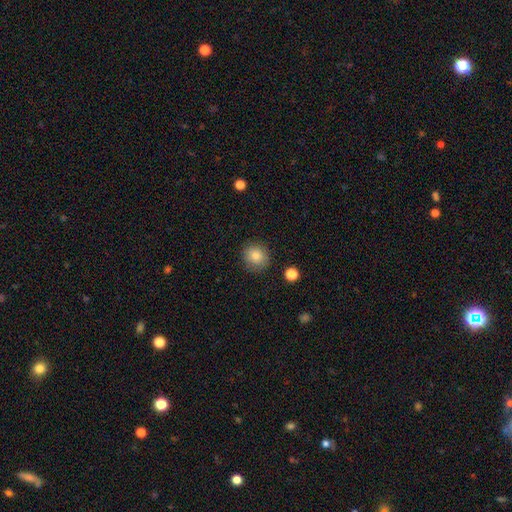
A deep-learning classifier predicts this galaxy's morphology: Q: Smooth or featured?
A: smooth (83%); runner-up: star or artifact (10%)
Q: How rounded?
A: round (87%); runner-up: in between (12%)
Q: Merging?
A: none (87%); runner-up: minor disturbance (9%)